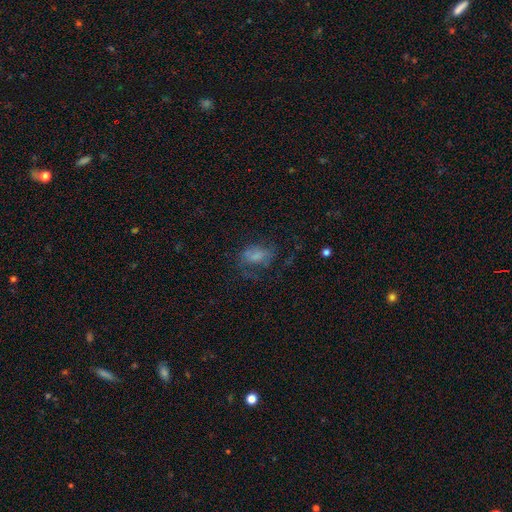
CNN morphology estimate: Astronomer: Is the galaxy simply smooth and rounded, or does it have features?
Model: smooth — 55%.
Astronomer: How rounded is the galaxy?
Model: in between — 82%.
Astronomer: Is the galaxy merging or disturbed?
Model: none — 42% (runner-up: major disturbance, 33%).